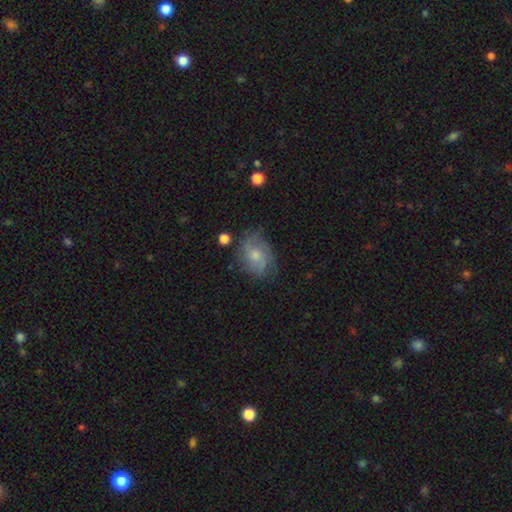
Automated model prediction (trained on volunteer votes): smooth-or-featured: featured or disk: 48% | smooth: 44% | star or artifact: 8%
  merging: none: 61% | minor disturbance: 25% | major disturbance: 11% | merger: 2%